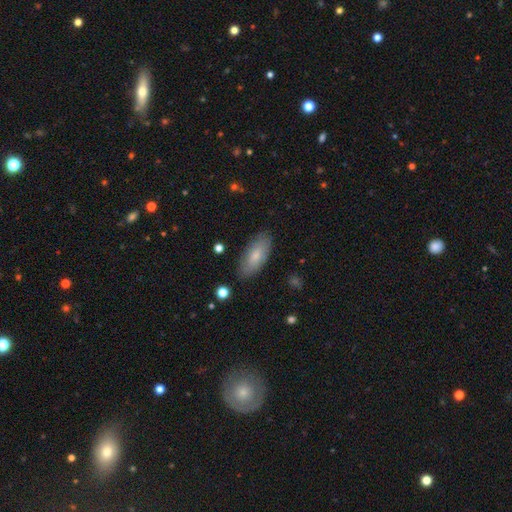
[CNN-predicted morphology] Smooth or featured: smooth — 76% (featured or disk — 18%)
How rounded: in between — 85% (cigar-shaped — 13%)
Merging: none — 84% (minor disturbance — 12%)